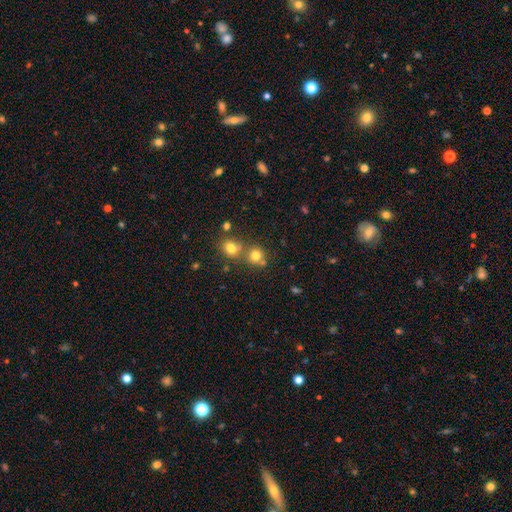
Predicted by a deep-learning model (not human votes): The model was most divided on "merging": none: 56%, merger: 34%, minor disturbance: 8%, major disturbance: 3%. More confident: how rounded — round (87%); smooth or featured — smooth (76%).